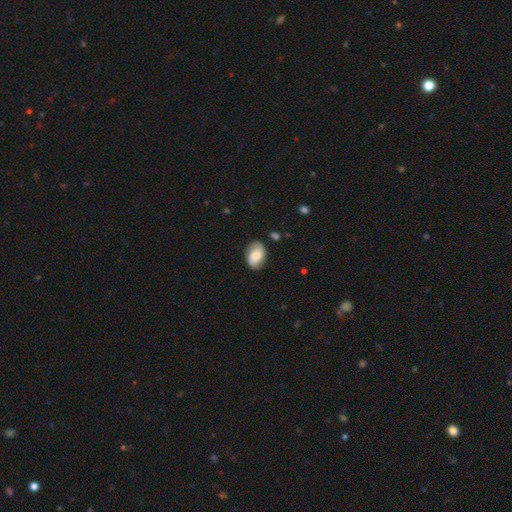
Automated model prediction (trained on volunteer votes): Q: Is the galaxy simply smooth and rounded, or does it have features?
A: smooth — 56%.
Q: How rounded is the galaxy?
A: in between — 88%.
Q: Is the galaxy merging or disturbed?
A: none — 77%.